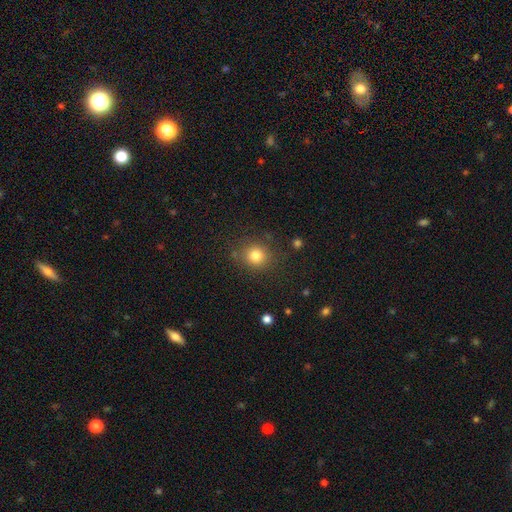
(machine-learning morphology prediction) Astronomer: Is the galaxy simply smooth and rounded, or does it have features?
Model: smooth — 80%.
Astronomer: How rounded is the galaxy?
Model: round — 87%.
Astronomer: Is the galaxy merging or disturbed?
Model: none — 83%.